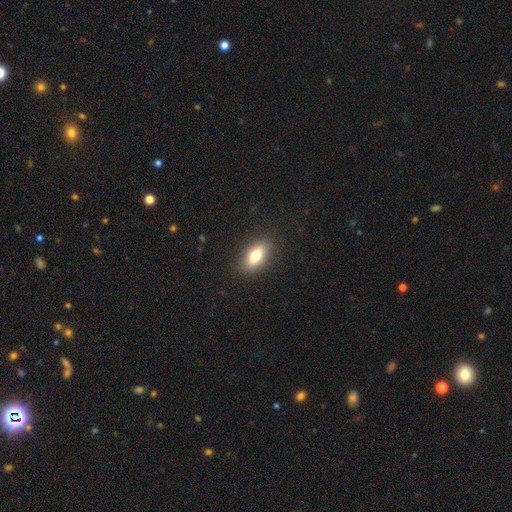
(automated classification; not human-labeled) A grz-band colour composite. It shows a smooth galaxy with no disk features (74%) that is in between round and cigar-shaped (79%). Merging: none (86%).